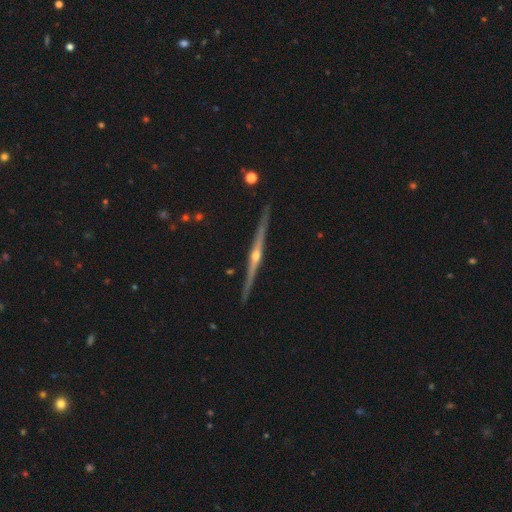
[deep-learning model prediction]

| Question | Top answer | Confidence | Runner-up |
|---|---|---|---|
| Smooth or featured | featured or disk | 89% | smooth (6%) |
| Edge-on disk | yes | 99% | no (1%) |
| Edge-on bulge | rounded | 90% | none (6%) |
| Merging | none | 92% | minor disturbance (6%) |